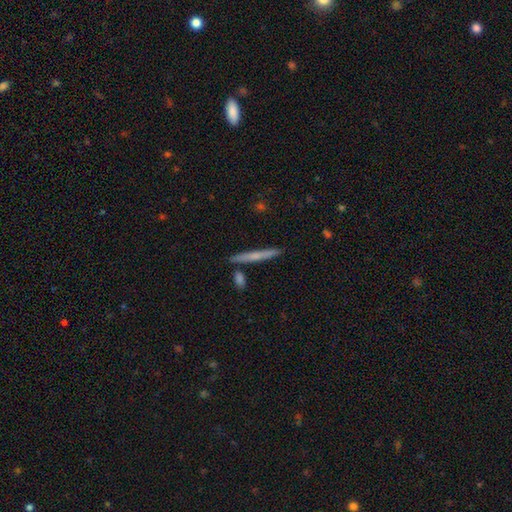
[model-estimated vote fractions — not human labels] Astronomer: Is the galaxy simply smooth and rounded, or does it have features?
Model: smooth — 50% (runner-up: featured or disk, 43%).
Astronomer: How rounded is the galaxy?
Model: cigar-shaped — 95%.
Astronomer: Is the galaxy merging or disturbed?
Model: none — 85%.